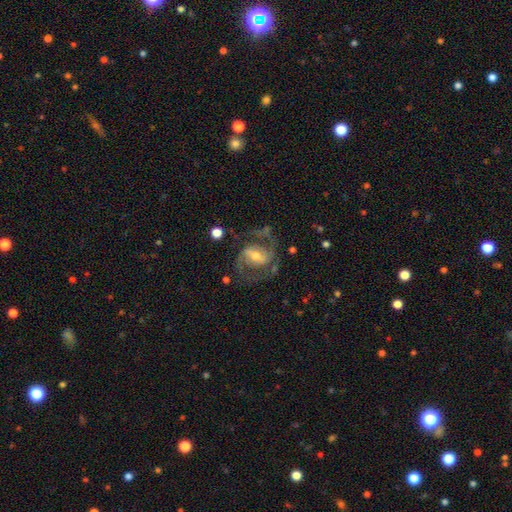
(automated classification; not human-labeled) A featured or disk galaxy (85%) with a weak bar (46%), 2 (86%) medium (60%) spiral arms (94%) and a moderate central bulge (51%). Merging: none (65%).